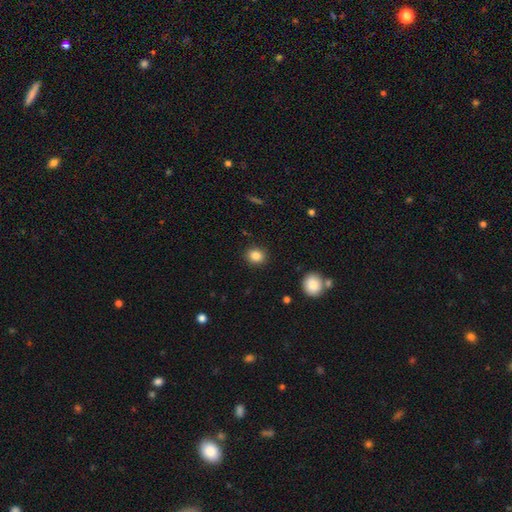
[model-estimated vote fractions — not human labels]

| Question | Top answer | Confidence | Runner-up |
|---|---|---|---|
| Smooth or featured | smooth | 85% | star or artifact (10%) |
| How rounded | round | 71% | in between (28%) |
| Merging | none | 90% | minor disturbance (7%) |